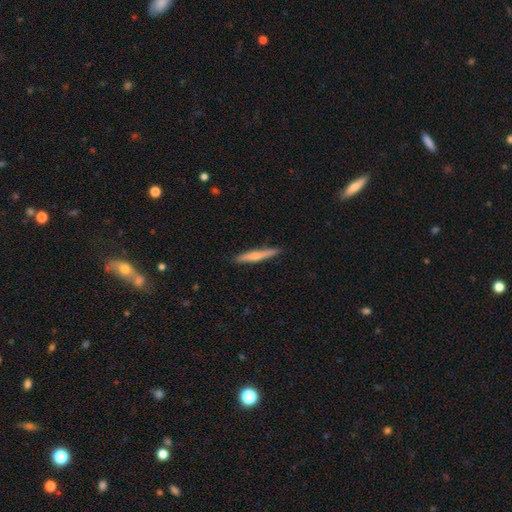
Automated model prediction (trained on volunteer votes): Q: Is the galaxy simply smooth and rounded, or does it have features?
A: smooth — 57%.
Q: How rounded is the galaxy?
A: cigar-shaped — 94%.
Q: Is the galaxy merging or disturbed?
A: none — 88%.